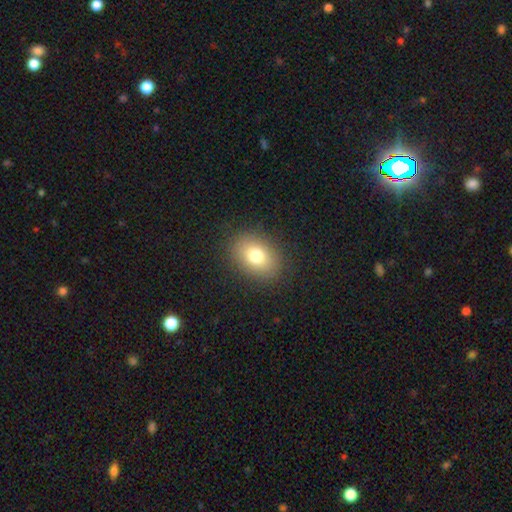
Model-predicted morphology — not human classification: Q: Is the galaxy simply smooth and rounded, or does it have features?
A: smooth — 78%.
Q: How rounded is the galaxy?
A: in between — 69%.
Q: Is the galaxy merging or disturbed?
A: none — 87%.